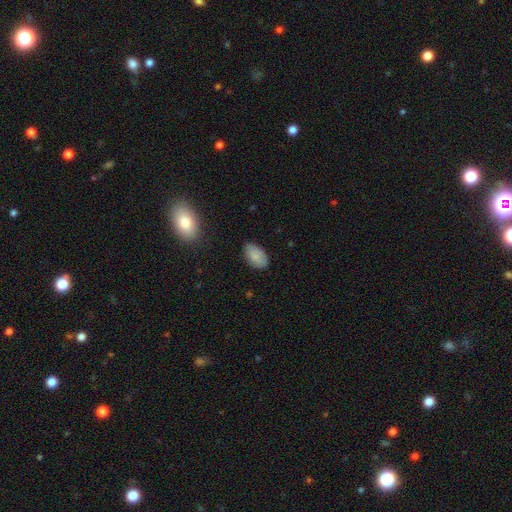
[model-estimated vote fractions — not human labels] This appears to be a smooth galaxy with no disk features (83%) that is in between round and cigar-shaped (94%). Merging: none (78%).